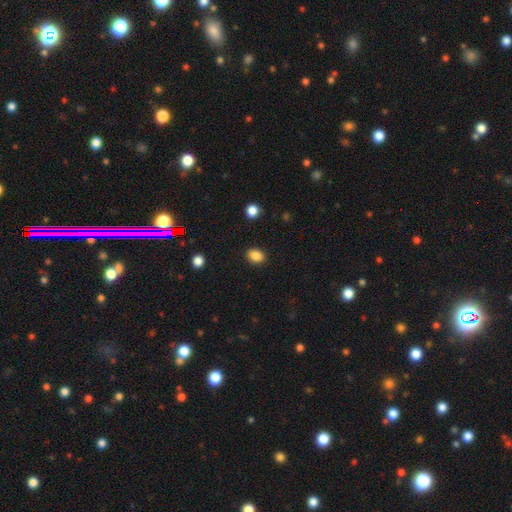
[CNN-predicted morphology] The model was most divided on "how rounded": in between: 64%, round: 35%, cigar-shaped: 1%. More confident: merging — none (89%); smooth or featured — smooth (87%).